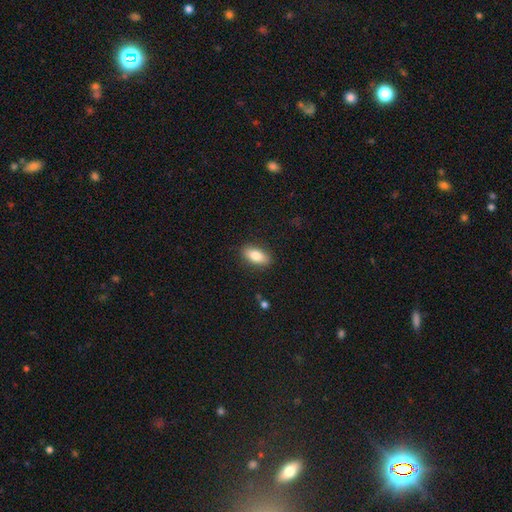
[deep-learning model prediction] Smooth or featured? Predicted: smooth (p=0.82). How rounded? Predicted: in between (p=0.87). Merging? Predicted: none (p=0.88).